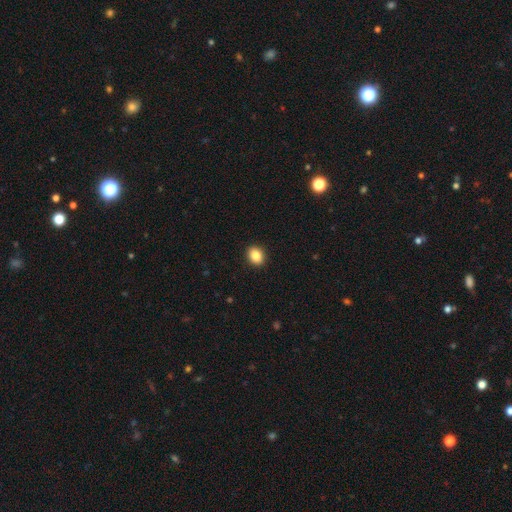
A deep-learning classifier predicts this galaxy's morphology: smooth_or_featured: smooth (p=0.87) [alt: star or artifact p=0.09]
how_rounded: in between (p=0.52) [alt: round p=0.47]
merging: none (p=0.92) [alt: minor disturbance p=0.06]